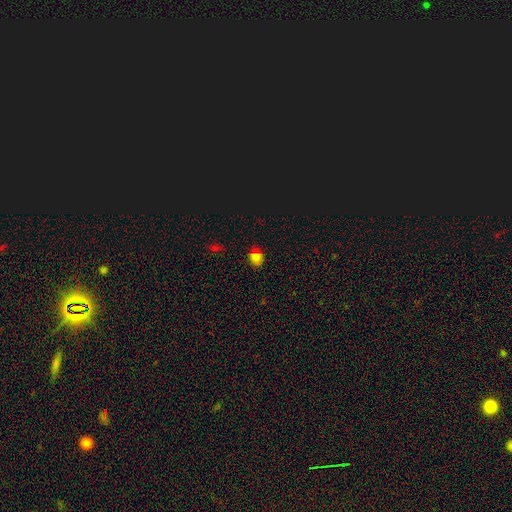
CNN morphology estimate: A smooth galaxy with no disk features (71%) that is round (64%). Merging: none (80%).